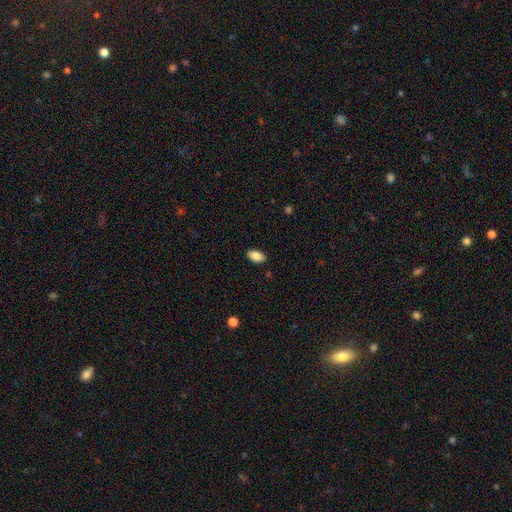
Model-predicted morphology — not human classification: type=smooth (87%); roundness=in between (93%); merging=none (87%).